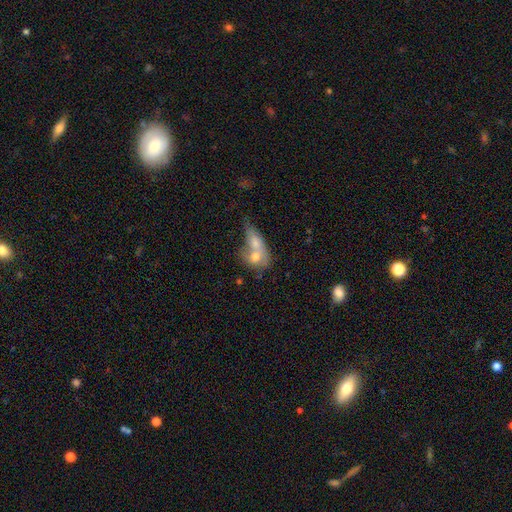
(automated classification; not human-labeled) smooth-or-featured: smooth: 52% | featured or disk: 36% | star or artifact: 12%
  how-rounded: in between: 56% | round: 32% | cigar-shaped: 12%
  merging: merger: 64% | none: 20% | minor disturbance: 9% | major disturbance: 8%